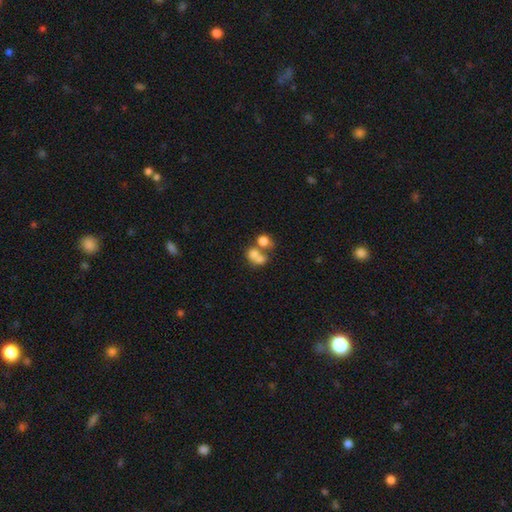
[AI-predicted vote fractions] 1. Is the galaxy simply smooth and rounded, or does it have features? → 67% smooth, 21% featured or disk, 13% star or artifact.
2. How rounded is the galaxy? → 57% round, 42% in between, 1% cigar-shaped.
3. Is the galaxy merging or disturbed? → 62% merger, 24% none, 7% minor disturbance, 6% major disturbance.